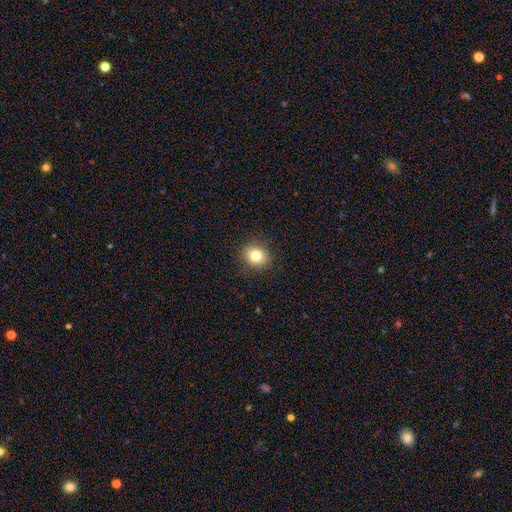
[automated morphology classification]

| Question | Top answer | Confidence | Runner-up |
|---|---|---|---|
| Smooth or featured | smooth | 81% | star or artifact (11%) |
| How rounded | round | 69% | in between (30%) |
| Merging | none | 90% | minor disturbance (7%) |